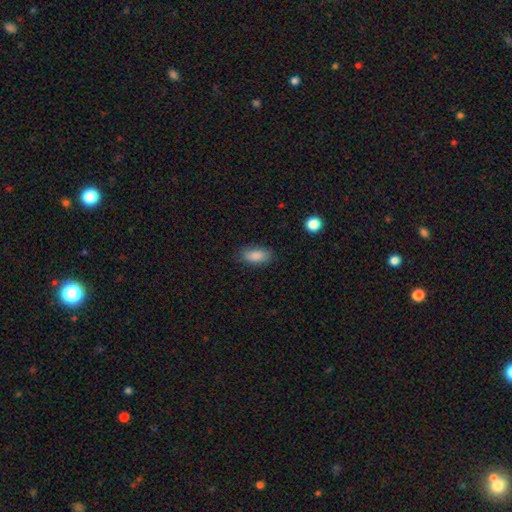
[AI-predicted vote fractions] Morphology: type=smooth (87%); roundness=in between (88%); merging=none (83%).